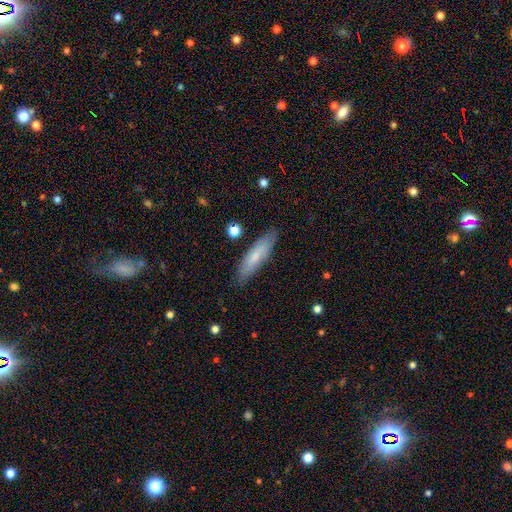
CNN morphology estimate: Smooth or featured?
  - smooth: 66% *
  - featured or disk: 28%
  - star or artifact: 6%
How rounded?
  - cigar-shaped: 73% *
  - in between: 25%
  - round: 2%
Merging?
  - none: 85% *
  - minor disturbance: 12%
  - major disturbance: 2%
  - merger: 2%